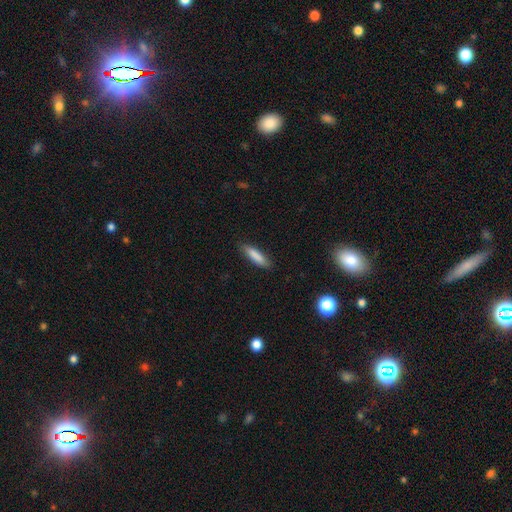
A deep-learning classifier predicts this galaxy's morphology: smooth 86%, featured or disk 8%, star or artifact 6%. Down the decision tree: how rounded — cigar-shaped (70%); merging — none (86%).